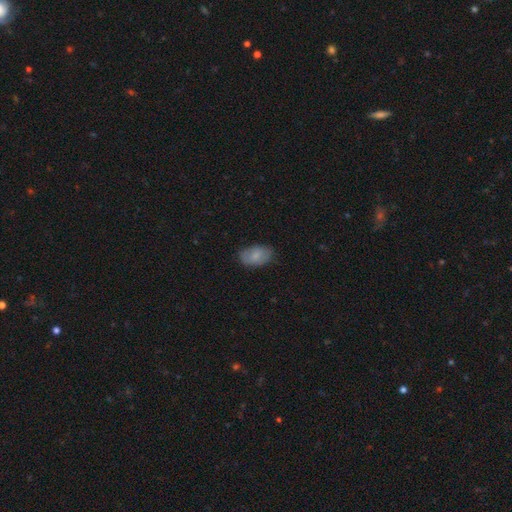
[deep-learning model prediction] smooth-or-featured: smooth: 79% | featured or disk: 14% | star or artifact: 7%
  how-rounded: in between: 91% | round: 7% | cigar-shaped: 1%
  merging: none: 76% | minor disturbance: 19% | major disturbance: 4% | merger: 1%